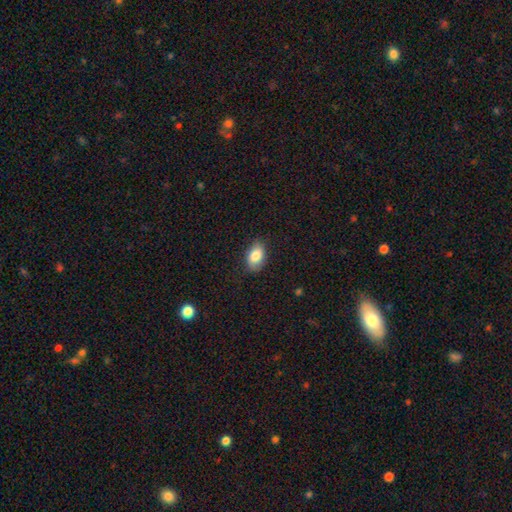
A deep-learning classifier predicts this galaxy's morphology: A smooth galaxy with no disk features (84%) that is in between round and cigar-shaped (89%). Merging: none (82%).